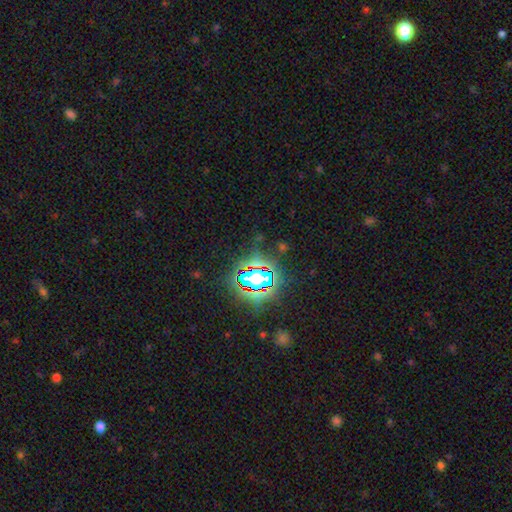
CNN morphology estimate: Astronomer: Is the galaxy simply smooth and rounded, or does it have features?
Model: star or artifact — 74%.